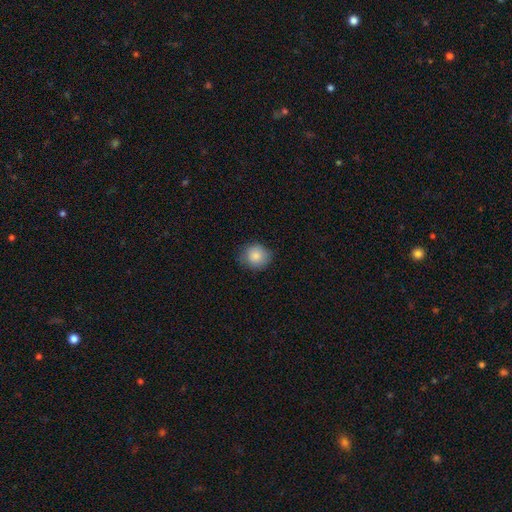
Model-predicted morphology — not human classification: Smooth or featured? Predicted: smooth (p=0.85). How rounded? Predicted: round (p=0.81). Merging? Predicted: none (p=0.77).